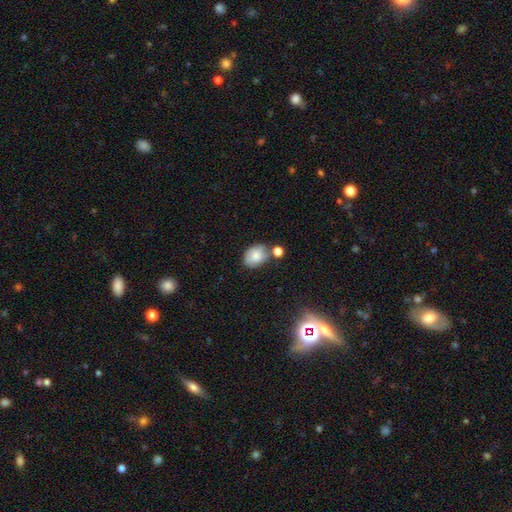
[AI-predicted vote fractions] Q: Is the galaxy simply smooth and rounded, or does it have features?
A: smooth — 77%.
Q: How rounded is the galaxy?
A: in between — 73%.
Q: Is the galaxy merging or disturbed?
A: none — 55%.